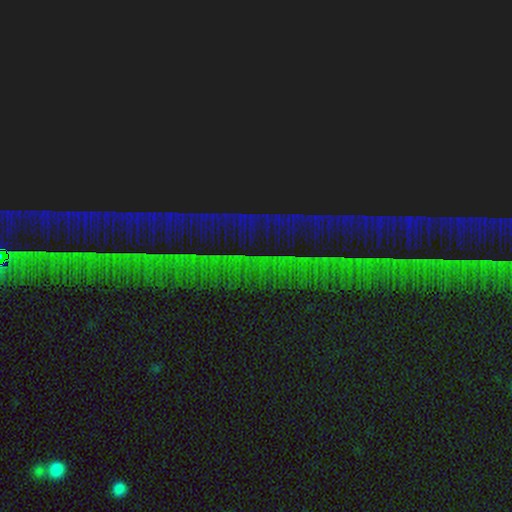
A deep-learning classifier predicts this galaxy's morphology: type=star or artifact (86%).